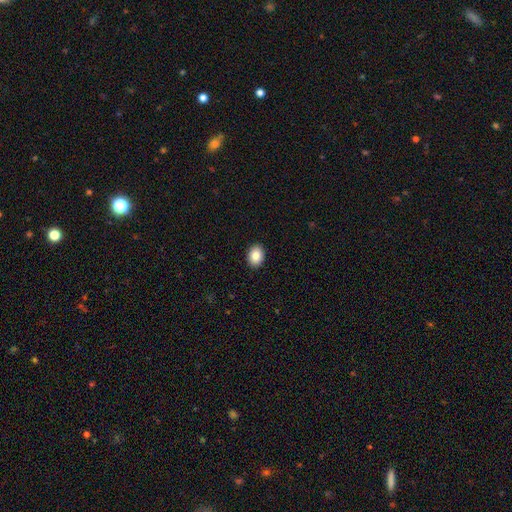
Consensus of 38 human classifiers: smooth-or-featured: smooth: 84% | featured or disk: 8% | star or artifact: 8%
  how-rounded: in between: 81% | round: 16% | cigar-shaped: 3%
  merging: none: 91% | minor disturbance: 9% | major disturbance: 0% | merger: 0%